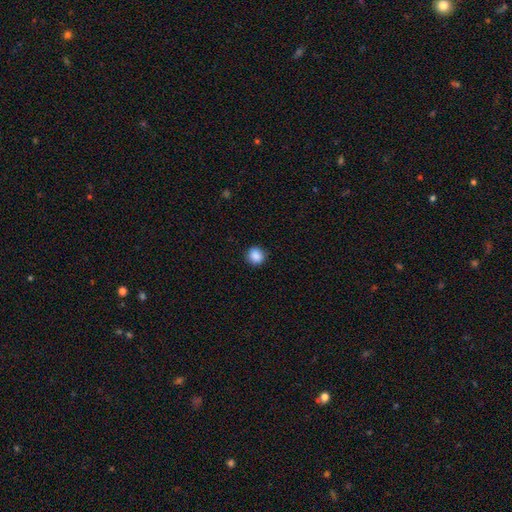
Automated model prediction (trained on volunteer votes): A smooth galaxy with no disk features (88%) that is round (90%).

Vote fractions:
- Smooth or featured? smooth: 88% / star or artifact: 9% / featured or disk: 3%
- How rounded? round: 90% / in between: 9% / cigar-shaped: 1%
- Merging? none: 90% / minor disturbance: 7% / major disturbance: 2% / merger: 1%